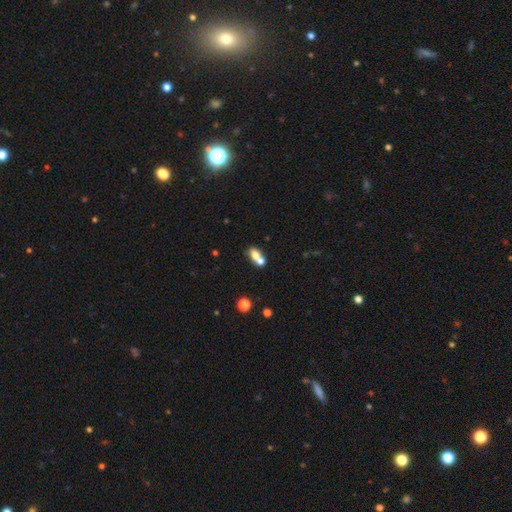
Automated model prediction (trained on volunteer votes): Morphology: type=smooth (71%); roundness=in between (70%); merging=merger (62%).